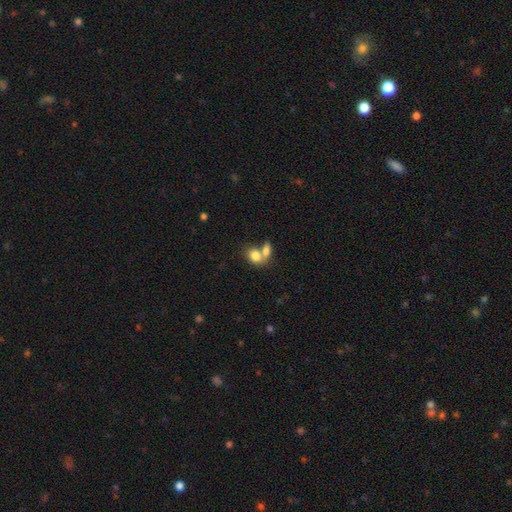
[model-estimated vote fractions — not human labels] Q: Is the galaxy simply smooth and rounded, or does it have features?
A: smooth — 79%.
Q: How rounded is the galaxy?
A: in between — 75%.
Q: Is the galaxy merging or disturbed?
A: merger — 60%.